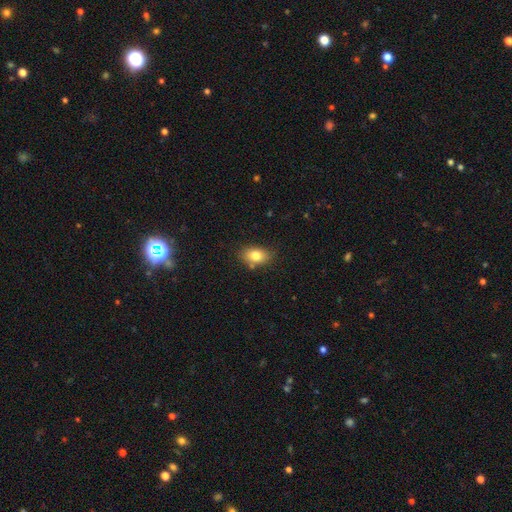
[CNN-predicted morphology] Smooth or featured? smooth (80%)
How rounded? in between (82%)
Merging? none (77%)